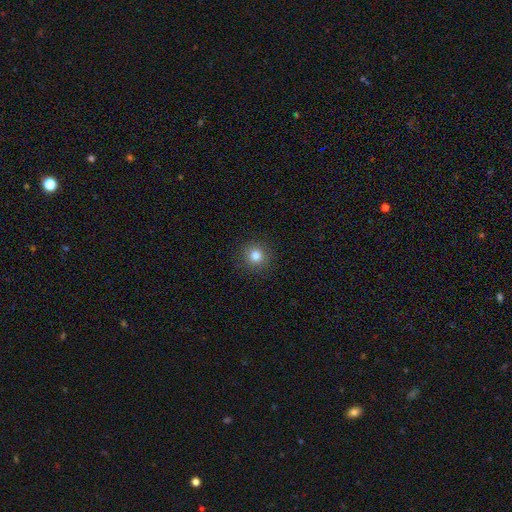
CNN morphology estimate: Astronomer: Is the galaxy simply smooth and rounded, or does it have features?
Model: smooth — 81%.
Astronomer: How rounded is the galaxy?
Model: round — 94%.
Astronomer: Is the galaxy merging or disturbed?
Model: none — 91%.